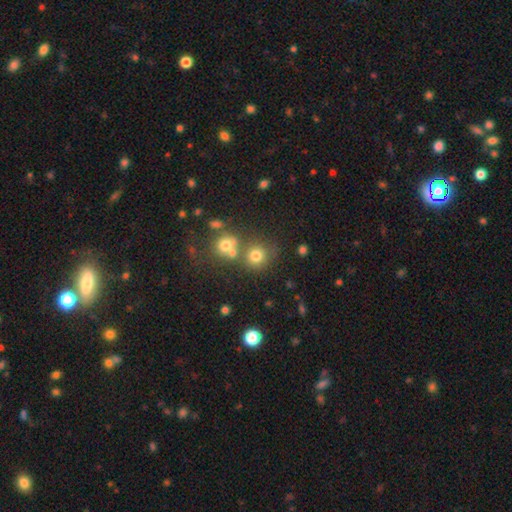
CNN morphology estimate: Overall: smooth (74%). How rounded: round (88%). Merging: none (63%).